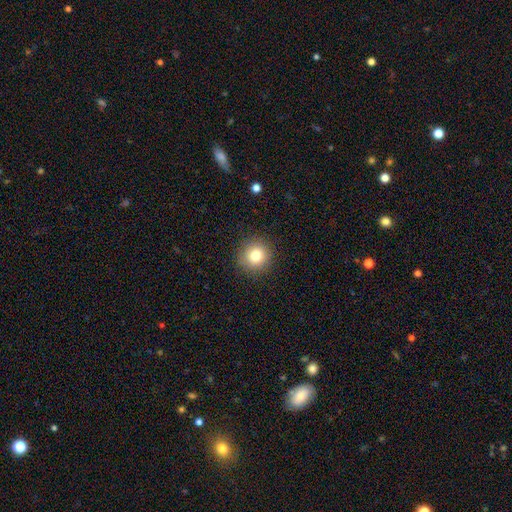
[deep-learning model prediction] Smooth or featured? Predicted: smooth (p=0.80). How rounded? Predicted: round (p=0.94). Merging? Predicted: none (p=0.91).